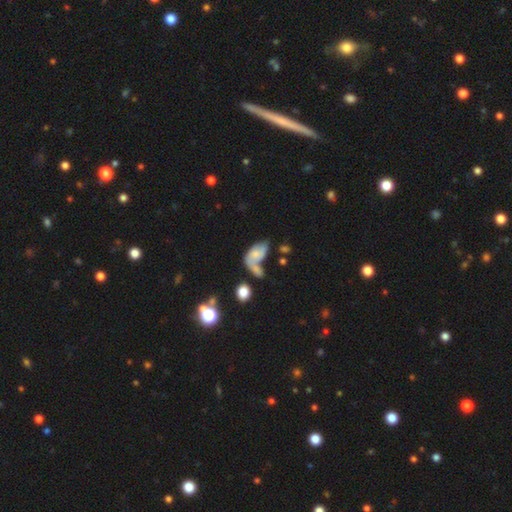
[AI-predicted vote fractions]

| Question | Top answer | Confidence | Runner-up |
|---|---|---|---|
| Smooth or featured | smooth | 53% | featured or disk (37%) |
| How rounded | in between | 90% | round (7%) |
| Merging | merger | 40% | major disturbance (23%) |